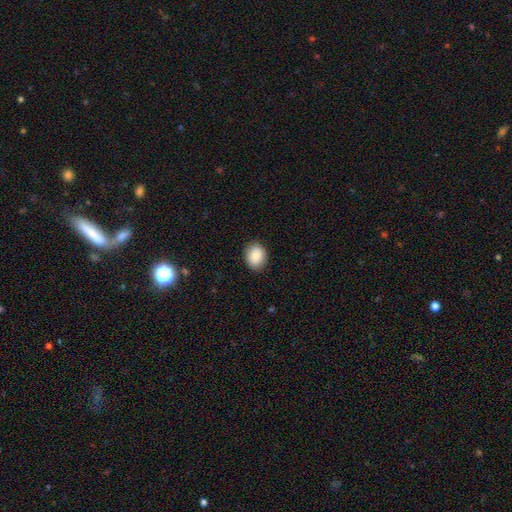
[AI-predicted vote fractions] Overall: smooth (87%). How rounded: round (50%; in between 49%). Merging: none (88%).